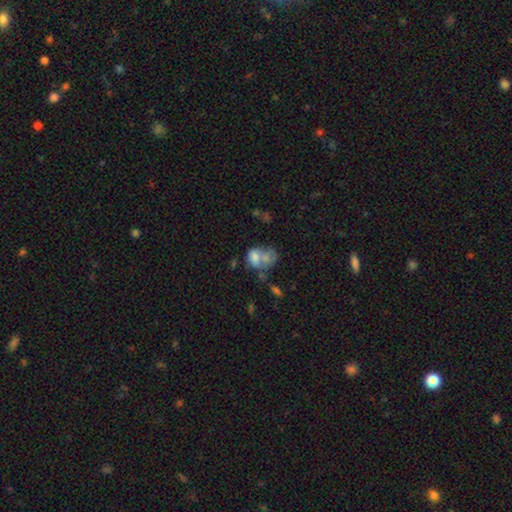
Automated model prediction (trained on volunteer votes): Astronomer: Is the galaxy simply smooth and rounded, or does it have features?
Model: smooth — 58%.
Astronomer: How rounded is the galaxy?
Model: in between — 64%.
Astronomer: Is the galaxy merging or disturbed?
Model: merger — 52%.